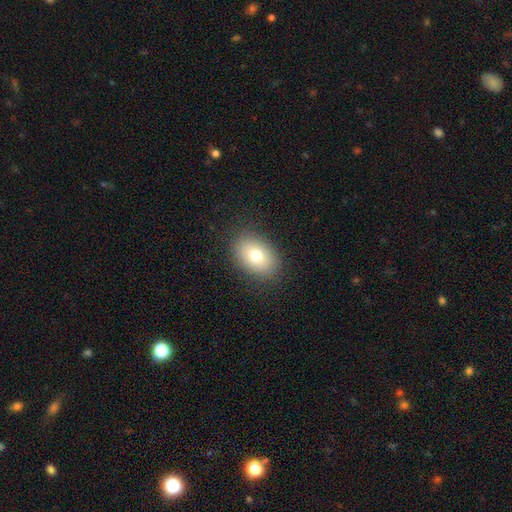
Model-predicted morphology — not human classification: Smooth or featured? smooth (78%)
How rounded? in between (82%)
Merging? none (87%)